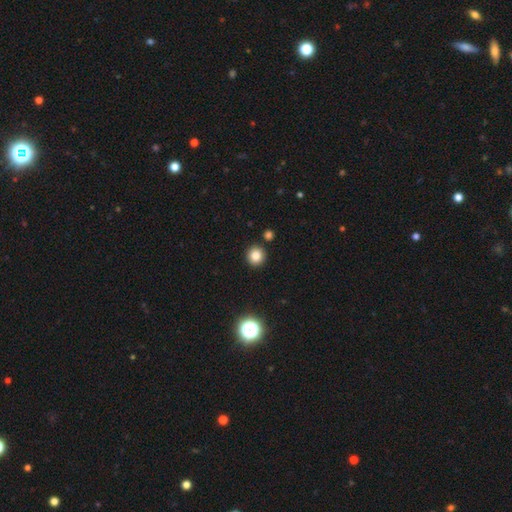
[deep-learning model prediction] Smooth or featured? smooth (82%)
How rounded? round (91%)
Merging? none (89%)